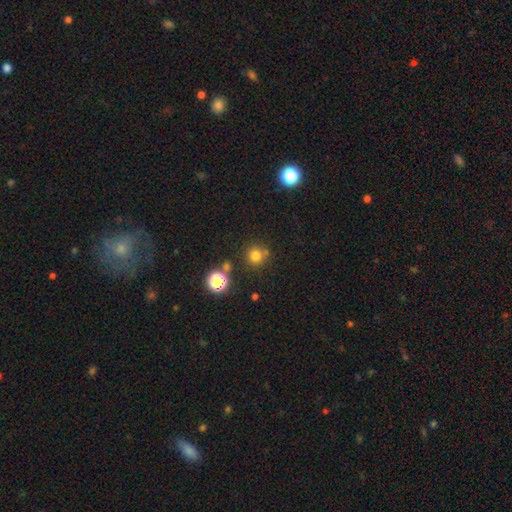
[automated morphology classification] Smooth or featured? Predicted: smooth (p=0.75). How rounded? Predicted: round (p=0.93). Merging? Predicted: none (p=0.76).